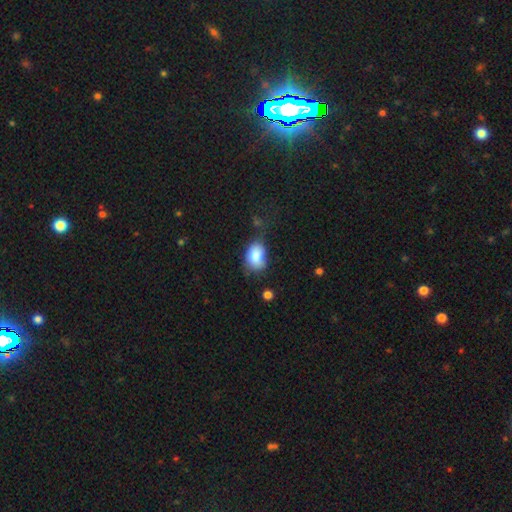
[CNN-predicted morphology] type=smooth (83%); roundness=in between (80%); merging=none (46%).